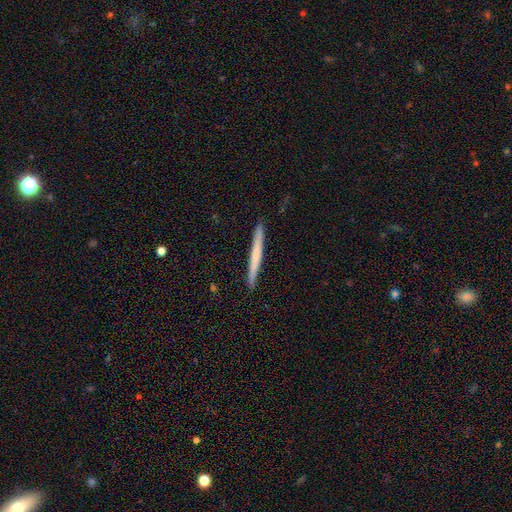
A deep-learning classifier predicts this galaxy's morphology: Smooth or featured? smooth (56%)
How rounded? cigar-shaped (97%)
Merging? none (92%)